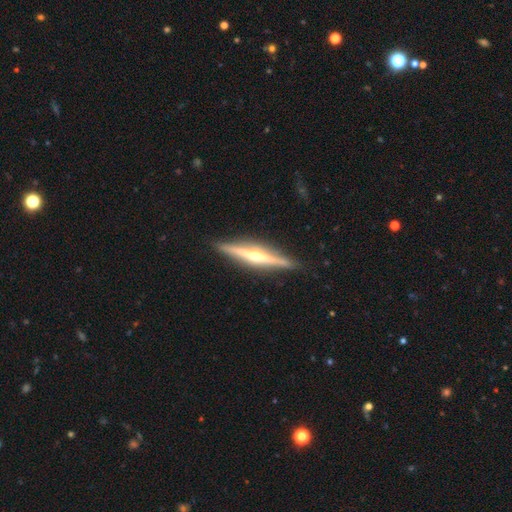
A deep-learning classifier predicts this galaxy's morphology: Smooth or featured? Predicted: featured or disk (p=0.80). Edge-on disk? Predicted: yes (p=0.98). Edge-on bulge? Predicted: rounded (p=0.89). Merging? Predicted: none (p=0.90).